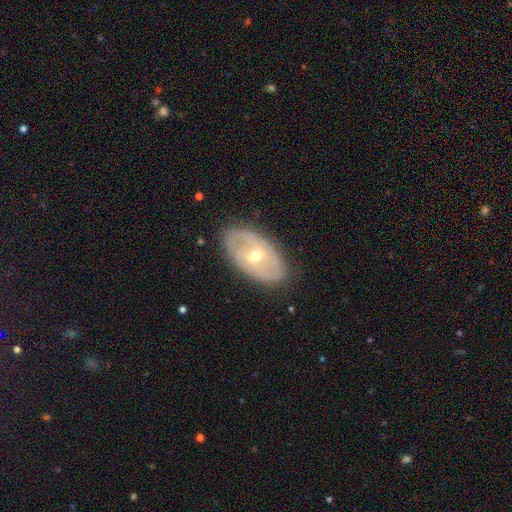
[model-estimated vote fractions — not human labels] Smooth or featured?
  - featured or disk: 67% *
  - smooth: 27%
  - star or artifact: 7%
Edge-on disk?
  - no: 90% *
  - yes: 10%
Bar?
  - no: 52% *
  - weak: 36%
  - strong: 11%
Spiral arms?
  - yes: 56% *
  - no: 44%
Bulge size?
  - moderate: 57% *
  - small: 39%
  - large: 2%
  - none: 1%
  - dominant: 1%
Merging?
  - none: 79% *
  - minor disturbance: 15%
  - major disturbance: 4%
  - merger: 1%